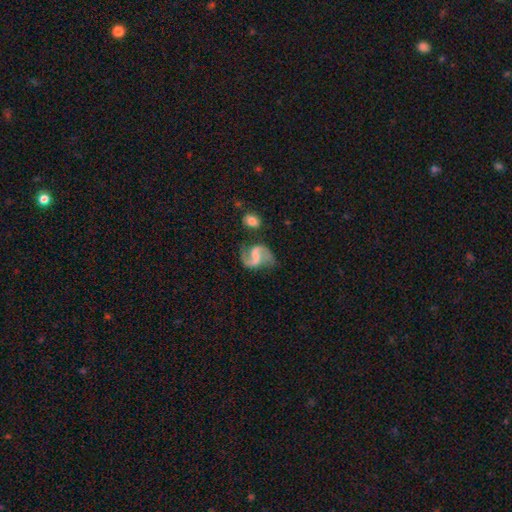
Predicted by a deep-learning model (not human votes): smooth-or-featured: featured or disk: 89% | smooth: 6% | star or artifact: 5%
  disk-edge-on: no: 98% | yes: 2%
    bar: weak: 53% | no: 25% | strong: 23%
    has-spiral-arms: yes: 97% | no: 3%
      spiral-winding: loose: 50% | medium: 42% | tight: 8%
      spiral-arm-count: 2: 93% | 1: 2% | can't tell: 2% | 3: 1% | 4: 1% | more than 4: 1%
    bulge-size: small: 41% | moderate: 28% | none: 27% | large: 3% | dominant: 1%
  merging: none: 71% | minor disturbance: 17% | major disturbance: 8% | merger: 5%